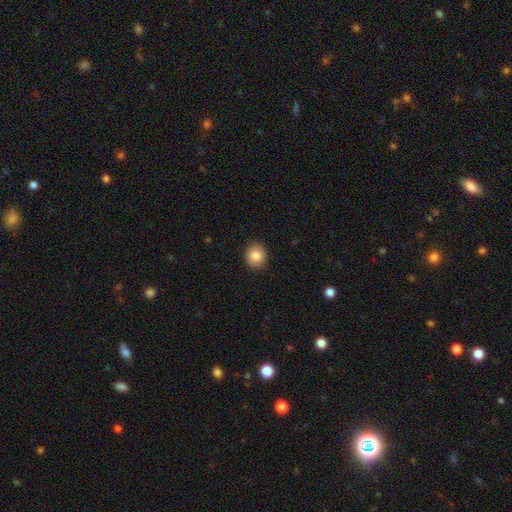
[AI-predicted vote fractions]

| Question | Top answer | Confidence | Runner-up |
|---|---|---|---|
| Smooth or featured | smooth | 84% | star or artifact (9%) |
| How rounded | round | 85% | in between (14%) |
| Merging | none | 90% | minor disturbance (7%) |